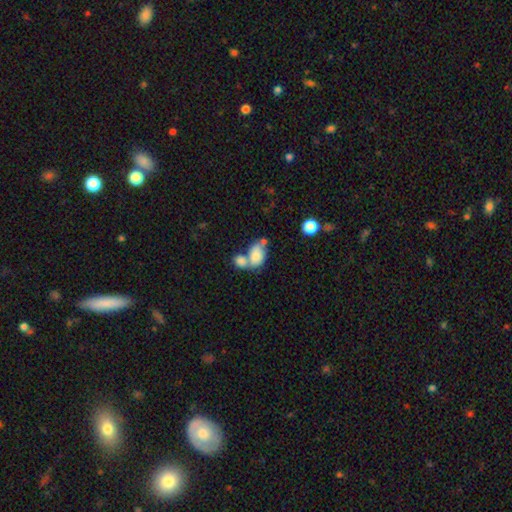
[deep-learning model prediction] A smooth galaxy with no disk features (78%) that is in between round and cigar-shaped (83%). Merging: merger (63%).